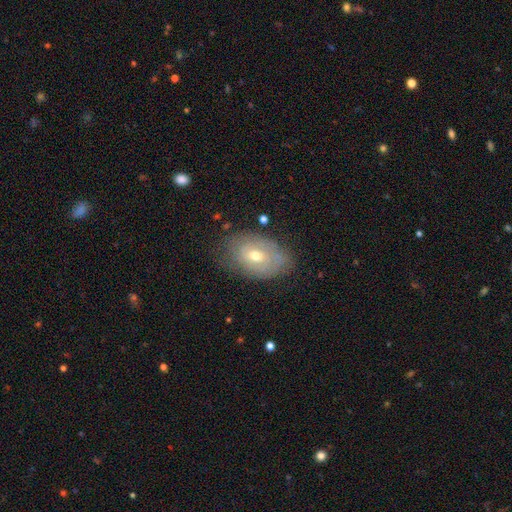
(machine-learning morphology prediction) Smooth or featured?
  - featured or disk: 54% *
  - smooth: 38%
  - star or artifact: 9%
Edge-on disk?
  - no: 92% *
  - yes: 8%
Merging?
  - none: 70% *
  - minor disturbance: 22%
  - major disturbance: 6%
  - merger: 2%